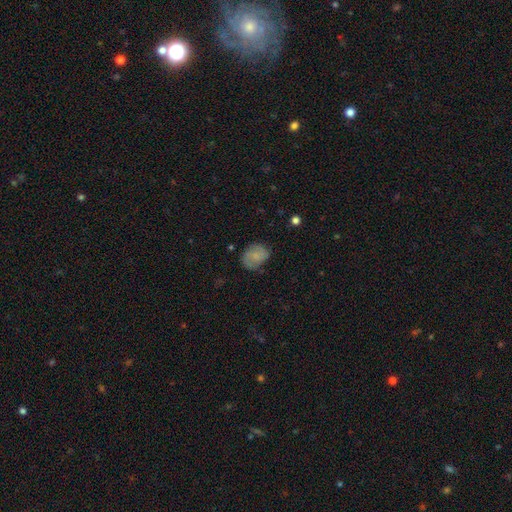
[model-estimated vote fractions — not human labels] Smooth or featured? smooth (56%)
How rounded? in between (51%)
Merging? none (67%)